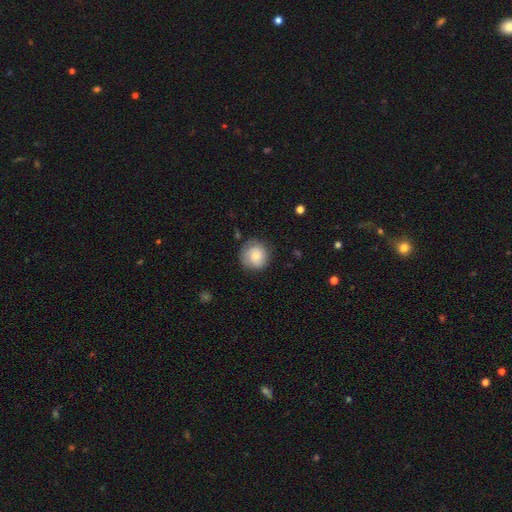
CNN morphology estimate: Smooth or featured?
  - smooth: 64% *
  - featured or disk: 28%
  - star or artifact: 8%
How rounded?
  - round: 89% *
  - in between: 10%
  - cigar-shaped: 1%
Merging?
  - none: 78% *
  - minor disturbance: 16%
  - major disturbance: 5%
  - merger: 1%